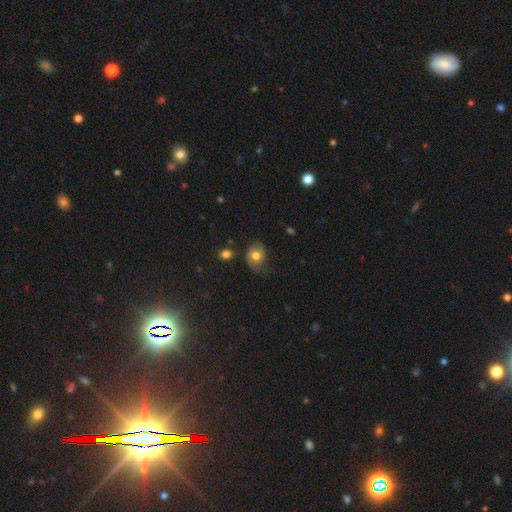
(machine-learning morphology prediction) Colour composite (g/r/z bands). It shows a smooth galaxy with no disk features (53%) that is in between round and cigar-shaped (55%). Merging: none (49%).